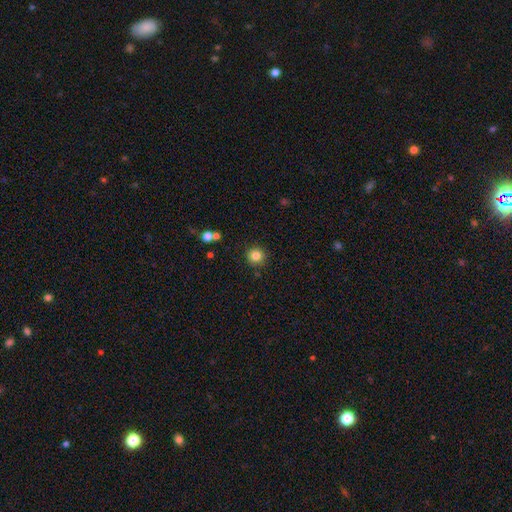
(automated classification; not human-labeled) smooth-or-featured: smooth: 84% | star or artifact: 11% | featured or disk: 5%
  how-rounded: round: 93% | in between: 6% | cigar-shaped: 1%
  merging: none: 88% | minor disturbance: 7% | merger: 3% | major disturbance: 2%